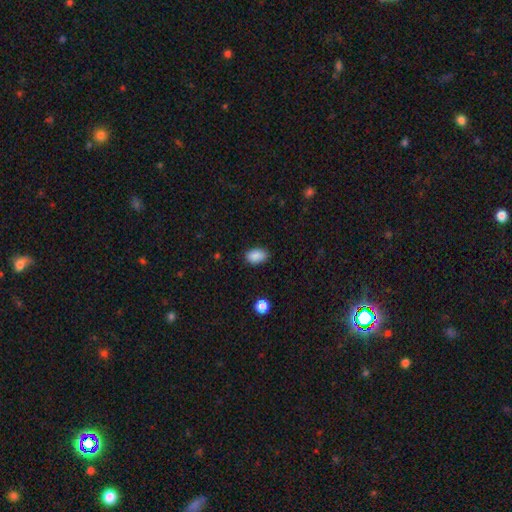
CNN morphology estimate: smooth_or_featured: smooth (p=0.88) [alt: star or artifact p=0.08]
how_rounded: in between (p=0.89) [alt: round p=0.10]
merging: none (p=0.82) [alt: minor disturbance p=0.14]